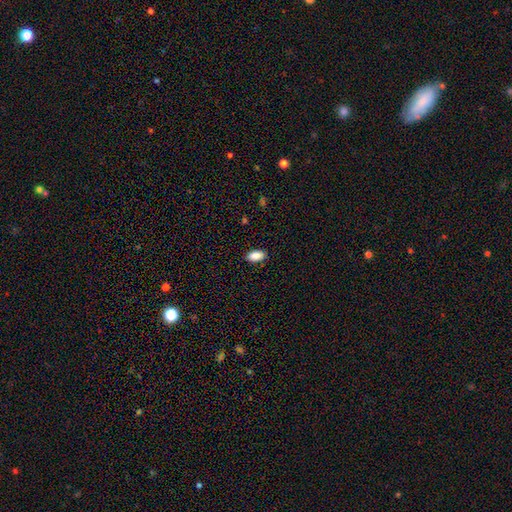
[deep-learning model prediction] Smooth or featured: smooth — 88% (star or artifact — 7%)
How rounded: in between — 93% (cigar-shaped — 4%)
Merging: none — 88% (minor disturbance — 9%)